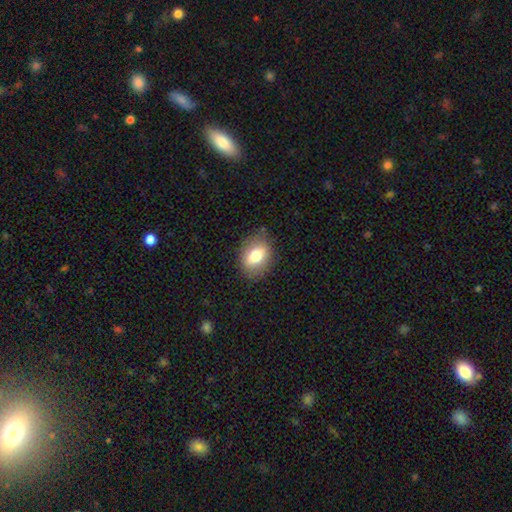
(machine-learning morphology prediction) Smooth or featured? smooth (72%)
How rounded? in between (69%)
Merging? none (82%)